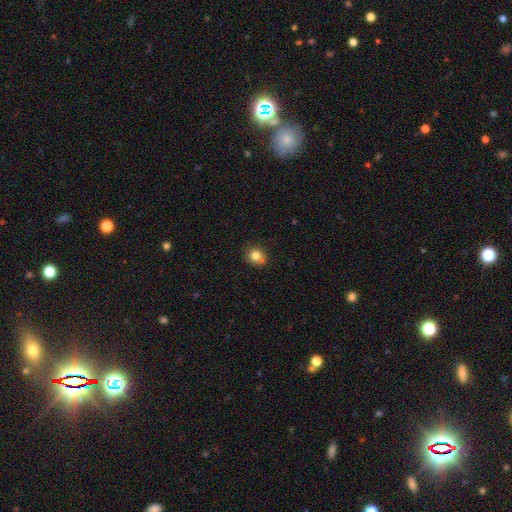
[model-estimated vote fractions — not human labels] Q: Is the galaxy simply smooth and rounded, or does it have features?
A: smooth — 80%.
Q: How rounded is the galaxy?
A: round — 73%.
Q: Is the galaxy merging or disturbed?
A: none — 76%.